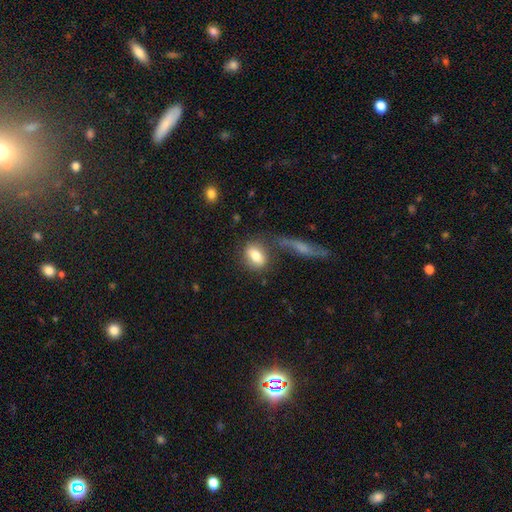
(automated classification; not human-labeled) smooth 78%, featured or disk 15%, star or artifact 8%. Down the decision tree: how rounded — in between (75%); merging — none (64%).